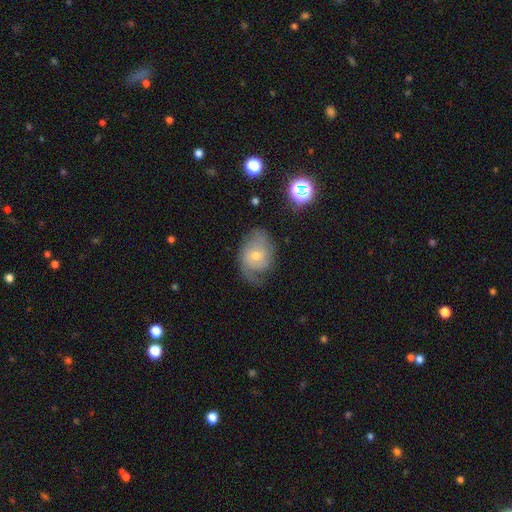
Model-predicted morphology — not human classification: featured or disk 62%, smooth 28%, star or artifact 10%. Down the decision tree: edge-on disk — no (96%); bar — no (66%); spiral arms — yes (84%); spiral arm count — 2 (45%); spiral winding — medium (39%); bulge size — small (51%); merging — none (52%).